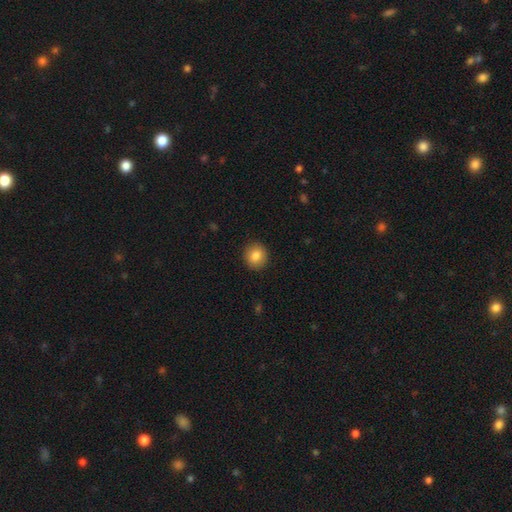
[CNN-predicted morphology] This is clearly a smooth galaxy (85%). How rounded: clearly round (87%). Merging: clearly none (91%).